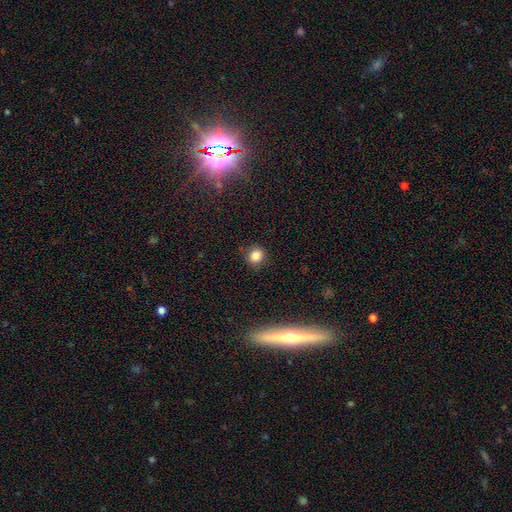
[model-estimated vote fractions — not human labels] Q: Smooth or featured?
A: smooth (81%); runner-up: star or artifact (13%)
Q: How rounded?
A: round (78%); runner-up: in between (20%)
Q: Merging?
A: none (85%); runner-up: minor disturbance (11%)